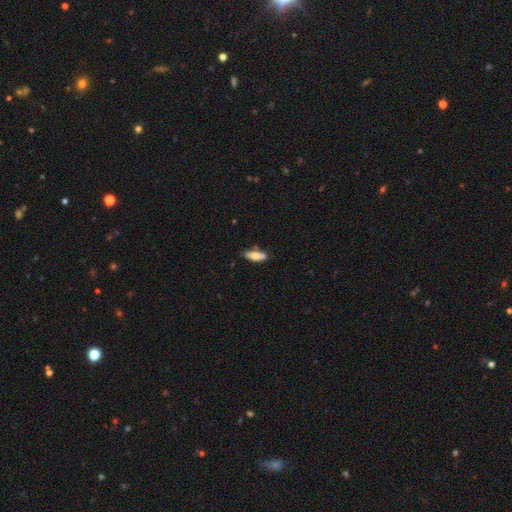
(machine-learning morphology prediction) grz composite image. It shows a smooth galaxy with no disk features (70%) that is in between round and cigar-shaped (67%). Merging: none (75%).